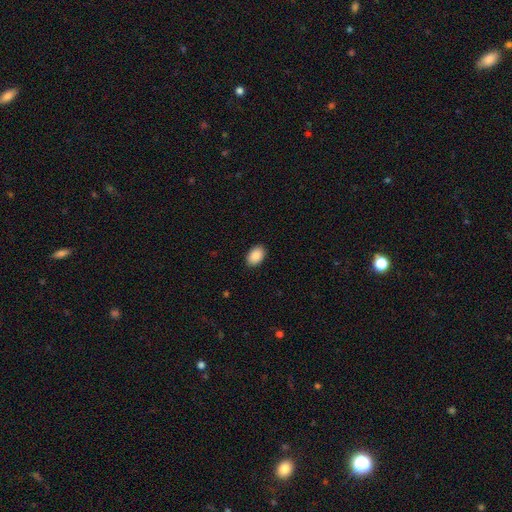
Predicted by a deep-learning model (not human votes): This is clearly a smooth galaxy (91%). How rounded: clearly in between (88%). Merging: clearly none (89%).